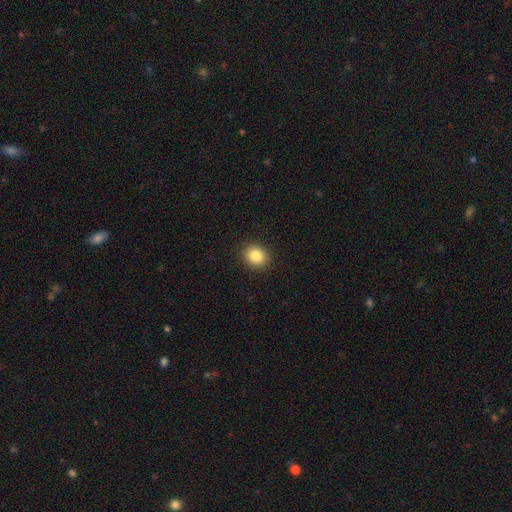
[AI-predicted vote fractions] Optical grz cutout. It shows a smooth galaxy with no disk features (86%) that is round (68%). Merging: none (91%).